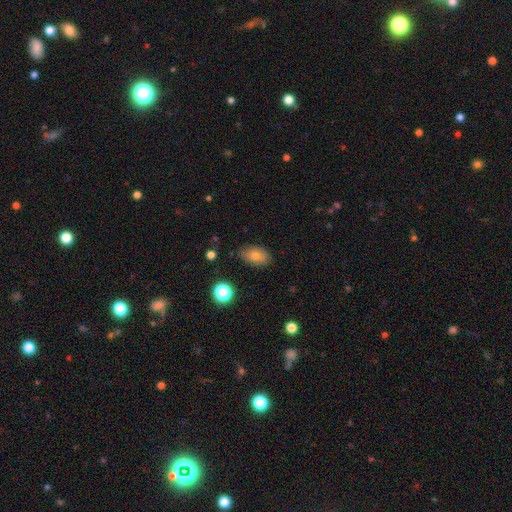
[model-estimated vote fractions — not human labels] Smooth or featured? smooth (77%)
How rounded? in between (87%)
Merging? none (79%)